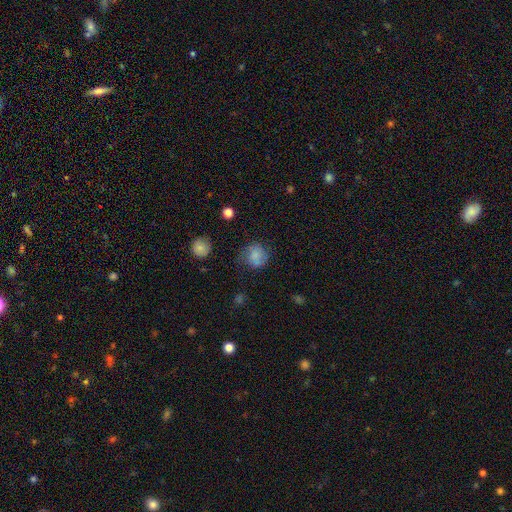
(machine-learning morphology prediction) Smooth or featured?
  - smooth: 66% *
  - featured or disk: 23%
  - star or artifact: 11%
How rounded?
  - round: 80% *
  - in between: 19%
  - cigar-shaped: 1%
Merging?
  - none: 61% *
  - minor disturbance: 23%
  - major disturbance: 13%
  - merger: 2%